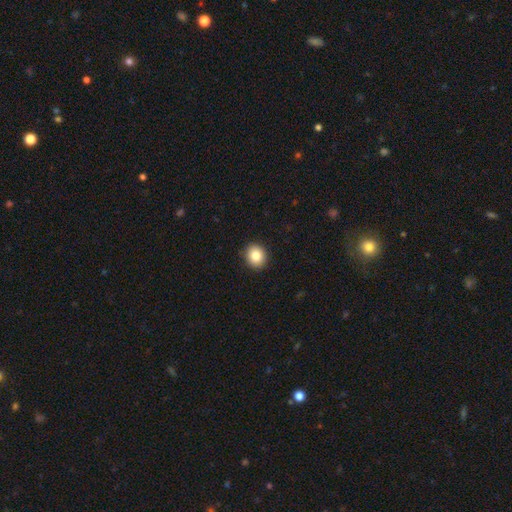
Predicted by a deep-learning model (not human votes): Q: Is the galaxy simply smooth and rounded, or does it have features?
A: smooth — 85%.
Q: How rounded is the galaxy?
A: round — 76%.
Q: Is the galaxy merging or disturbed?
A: none — 91%.